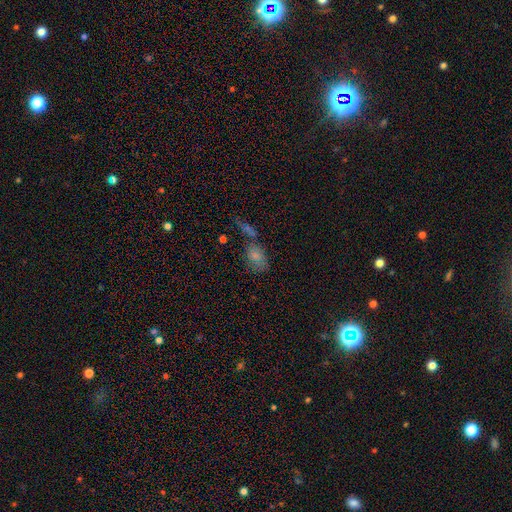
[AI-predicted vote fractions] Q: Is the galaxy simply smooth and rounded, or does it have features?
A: smooth — 66%.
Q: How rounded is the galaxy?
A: in between — 79%.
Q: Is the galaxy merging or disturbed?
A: none — 42%.